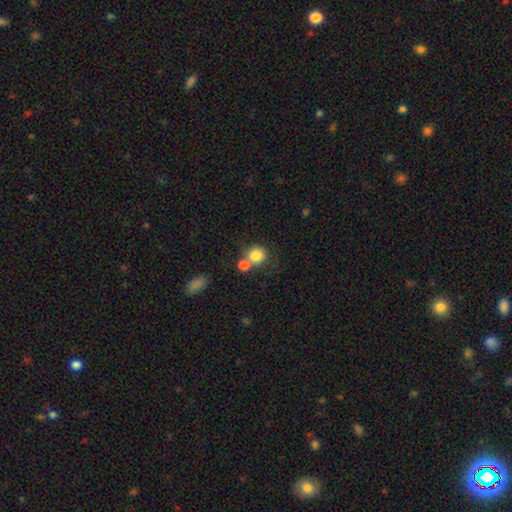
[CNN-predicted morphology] smooth_or_featured: smooth (p=0.82) [alt: star or artifact p=0.10]
how_rounded: round (p=0.84) [alt: in between p=0.15]
merging: none (p=0.49) [alt: merger p=0.38]